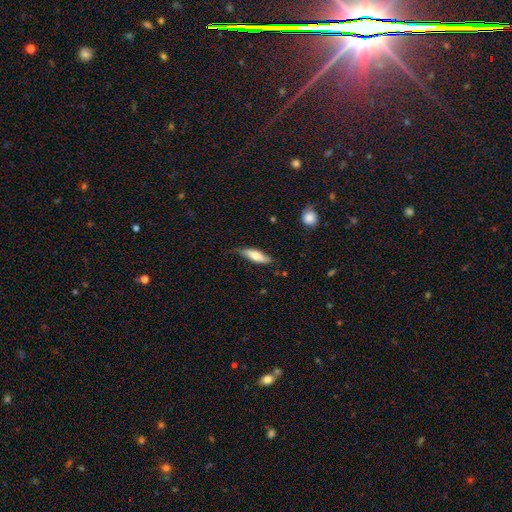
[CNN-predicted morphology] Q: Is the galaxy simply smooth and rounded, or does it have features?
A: smooth — 62%.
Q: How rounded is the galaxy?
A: cigar-shaped — 52%.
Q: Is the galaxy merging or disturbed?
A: none — 59%.